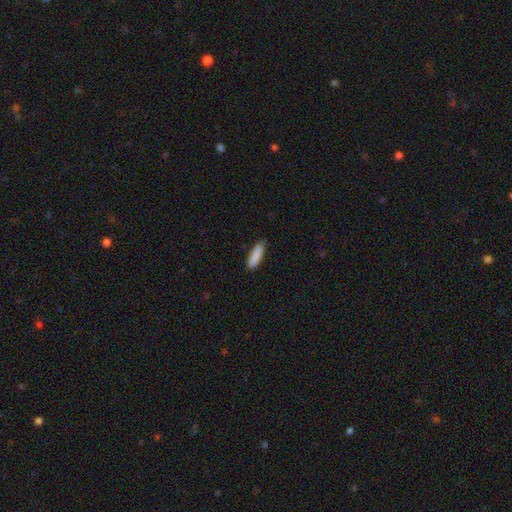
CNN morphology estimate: The model was most divided on "how rounded": cigar-shaped: 58%, in between: 40%, round: 1%. More confident: smooth or featured — smooth (88%); merging — none (84%).